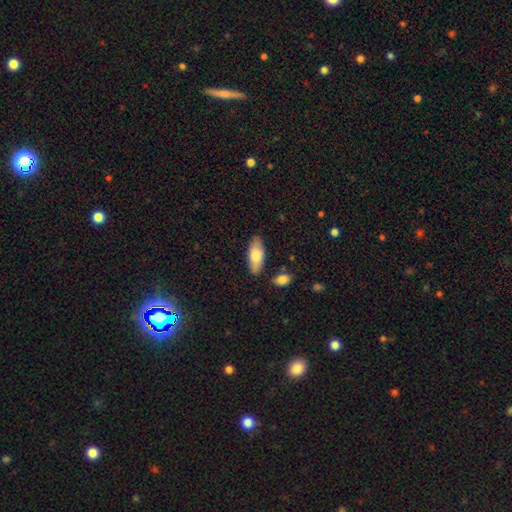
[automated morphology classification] Smooth or featured?
  - smooth: 73% *
  - featured or disk: 21%
  - star or artifact: 6%
How rounded?
  - in between: 80% *
  - cigar-shaped: 18%
  - round: 2%
Merging?
  - none: 83% *
  - minor disturbance: 12%
  - merger: 3%
  - major disturbance: 2%